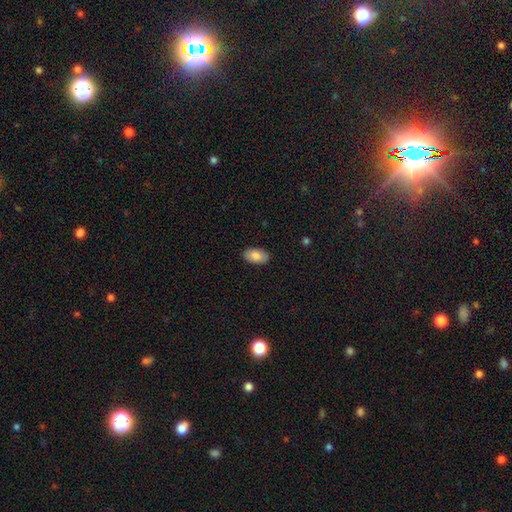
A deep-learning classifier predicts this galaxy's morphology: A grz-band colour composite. It shows a smooth galaxy with no disk features (82%) that is in between round and cigar-shaped (94%). Merging: none (89%).